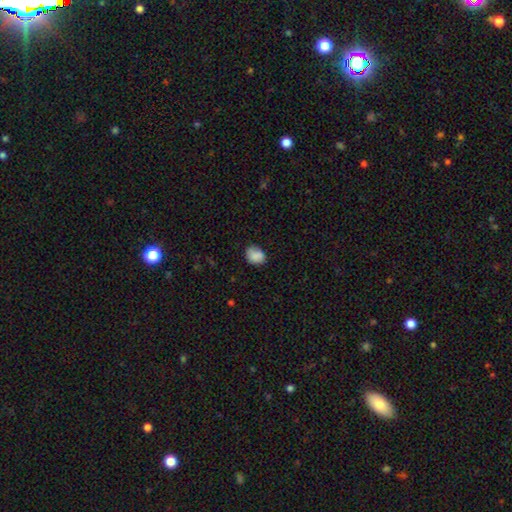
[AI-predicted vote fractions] Morphology: type=smooth (85%); roundness=round (54%); merging=none (68%).